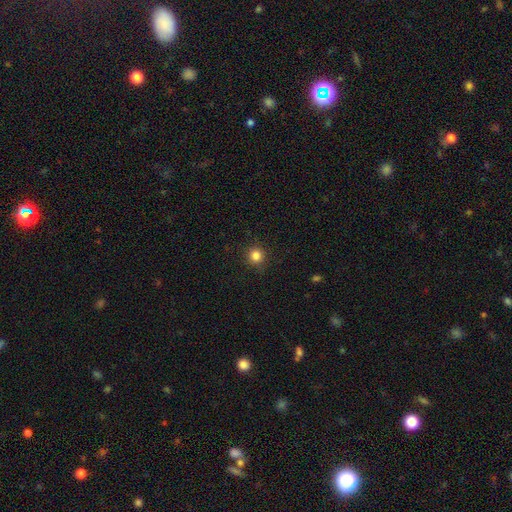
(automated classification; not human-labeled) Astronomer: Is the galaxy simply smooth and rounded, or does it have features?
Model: smooth — 84%.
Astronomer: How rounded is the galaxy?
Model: round — 94%.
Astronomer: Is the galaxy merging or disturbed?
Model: none — 90%.